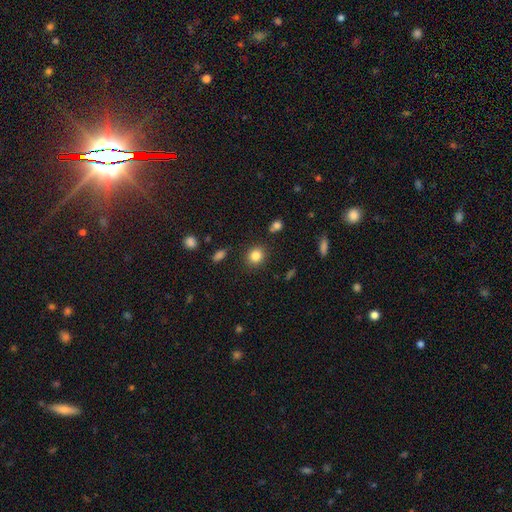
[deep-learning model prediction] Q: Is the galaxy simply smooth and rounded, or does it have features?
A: smooth — 84%.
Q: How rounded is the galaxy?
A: round — 76%.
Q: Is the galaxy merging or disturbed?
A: none — 85%.